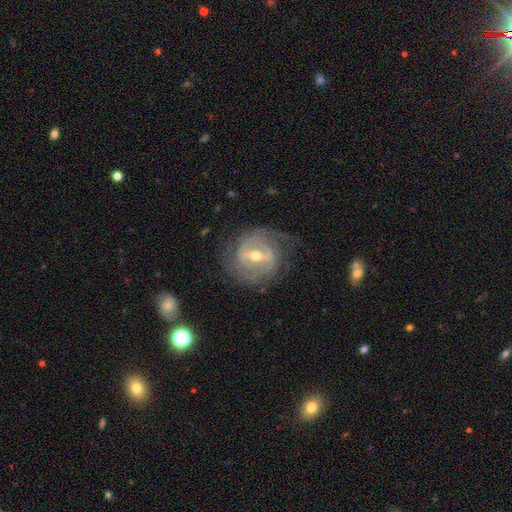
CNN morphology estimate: smooth_or_featured: featured or disk (p=0.88) [alt: smooth p=0.07]
disk_edge_on: no (p=0.95) [alt: yes p=0.05]
bar: strong (p=0.53) [alt: weak p=0.36]
has_spiral_arms: yes (p=0.91) [alt: no p=0.09]
spiral_winding: tight (p=0.58) [alt: medium p=0.32]
spiral_arm_count: 2 (p=0.47) [alt: can't tell p=0.25]
bulge_size: moderate (p=0.66) [alt: small p=0.29]
merging: none (p=0.71) [alt: minor disturbance p=0.17]